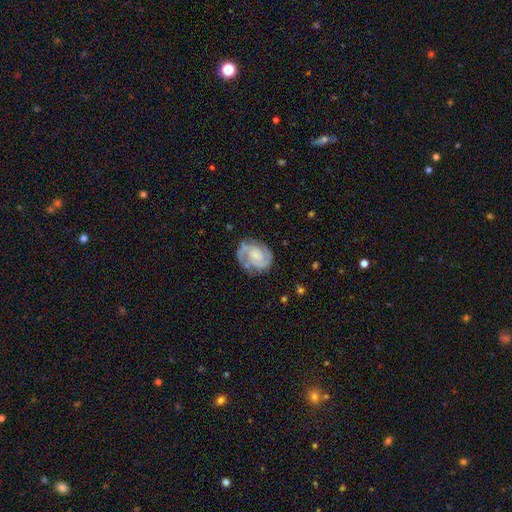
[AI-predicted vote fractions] Smooth or featured: featured or disk — 81% (smooth — 13%)
Edge-on disk: no — 98% (yes — 2%)
Bar: no — 65% (weak — 29%)
Spiral arms: yes — 94% (no — 6%)
Spiral winding: tight — 55% (medium — 37%)
Spiral arm count: 2 — 71% (can't tell — 12%)
Bulge size: small — 48% (moderate — 25%)
Merging: none — 71% (minor disturbance — 19%)